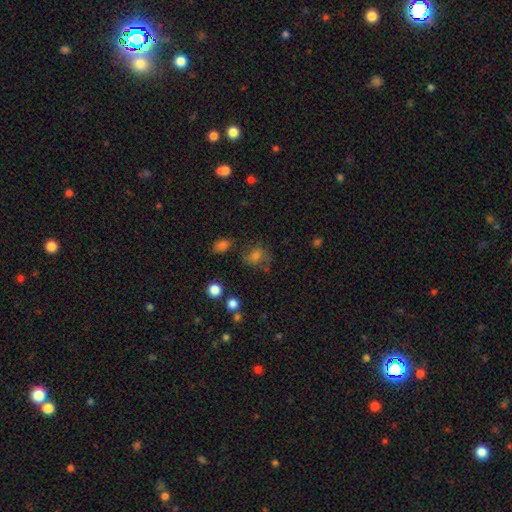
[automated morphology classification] smooth_or_featured: smooth (p=0.60) [alt: featured or disk p=0.20]
how_rounded: round (p=0.63) [alt: in between p=0.36]
merging: none (p=0.56) [alt: minor disturbance p=0.23]